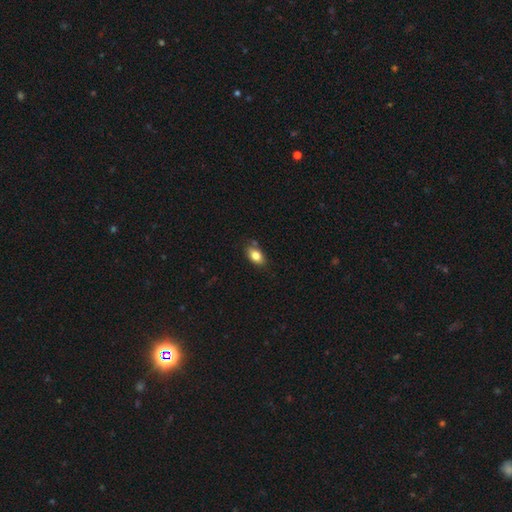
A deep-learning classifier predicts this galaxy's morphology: A smooth galaxy with no disk features (82%) that is in between round and cigar-shaped (88%). Merging: none (76%).